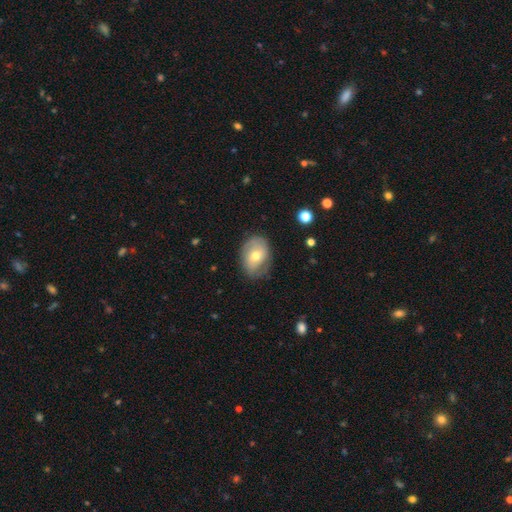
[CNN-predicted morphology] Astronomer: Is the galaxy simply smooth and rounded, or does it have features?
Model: smooth — 50% (runner-up: featured or disk, 43%).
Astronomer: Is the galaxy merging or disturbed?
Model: none — 70%.